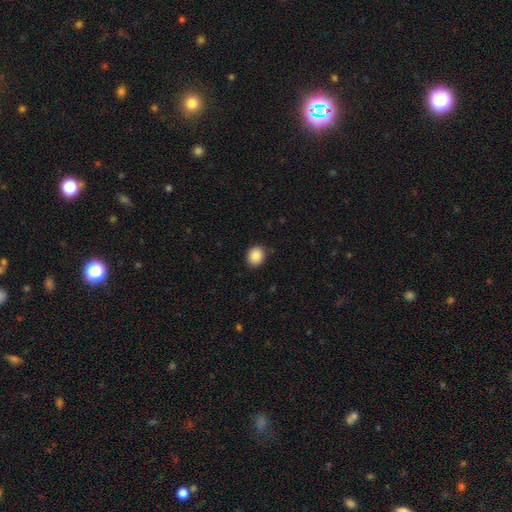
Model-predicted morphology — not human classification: This is clearly a smooth galaxy (87%). How rounded: likely round (67%). Merging: clearly none (89%).